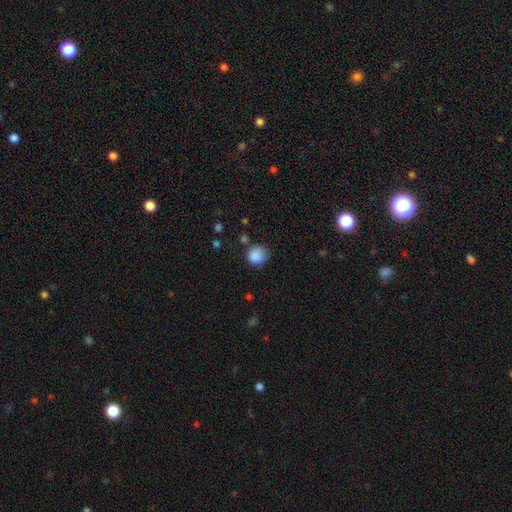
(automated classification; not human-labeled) smooth_or_featured: smooth (p=0.86) [alt: star or artifact p=0.10]
how_rounded: round (p=0.85) [alt: in between p=0.14]
merging: none (p=0.69) [alt: minor disturbance p=0.22]